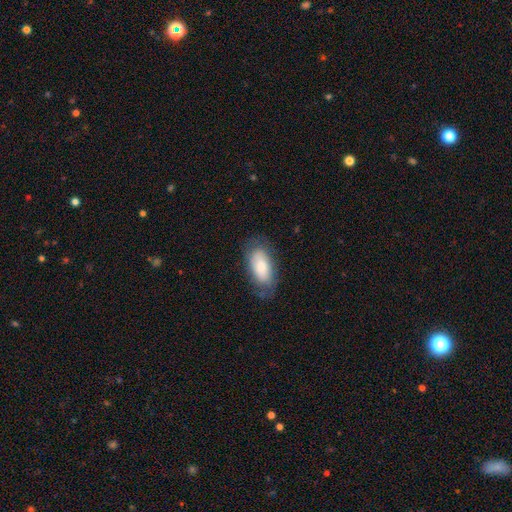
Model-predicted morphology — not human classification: Overall: smooth (68%). How rounded: in between (89%). Merging: none (73%).